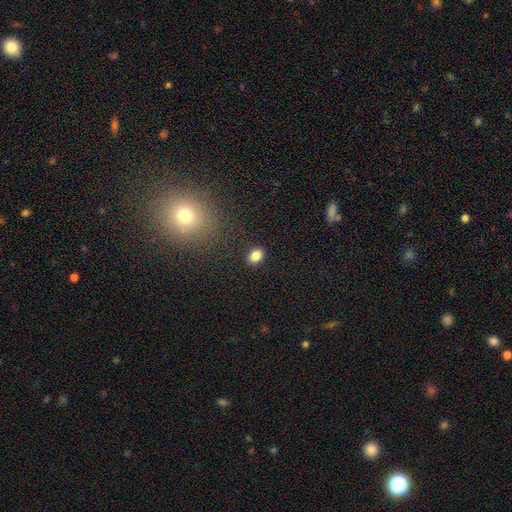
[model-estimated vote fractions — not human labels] Smooth or featured? smooth (83%)
How rounded? in between (67%)
Merging? none (88%)